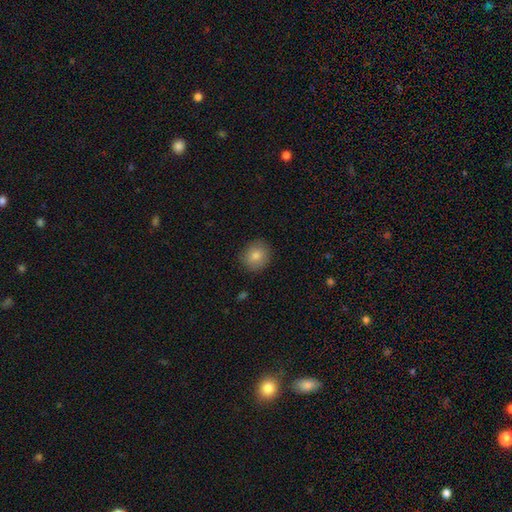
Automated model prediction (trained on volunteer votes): smooth 81%, star or artifact 10%, featured or disk 9%. Down the decision tree: how rounded — round (81%); merging — none (89%).